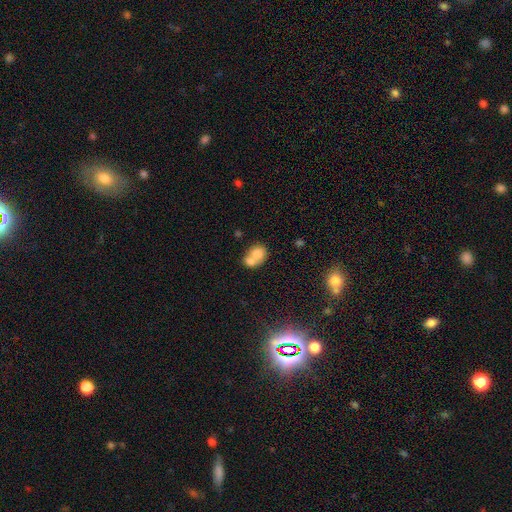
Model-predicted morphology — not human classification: This appears to be a smooth galaxy with no disk features (72%) that is round (61%). Merging: merger (66%).